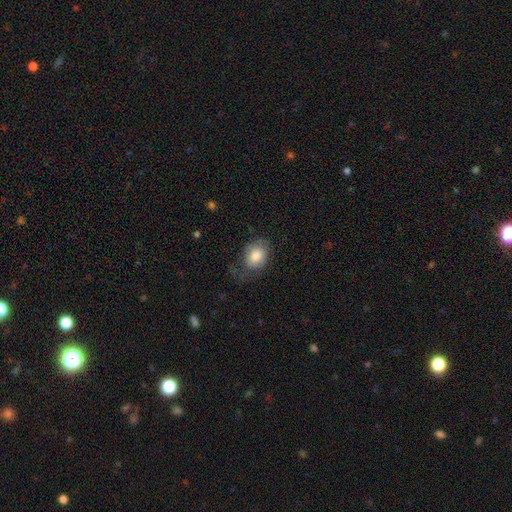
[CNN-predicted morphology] A smooth galaxy with no disk features (78%) that is in between round and cigar-shaped (73%). Merging: none (50%).